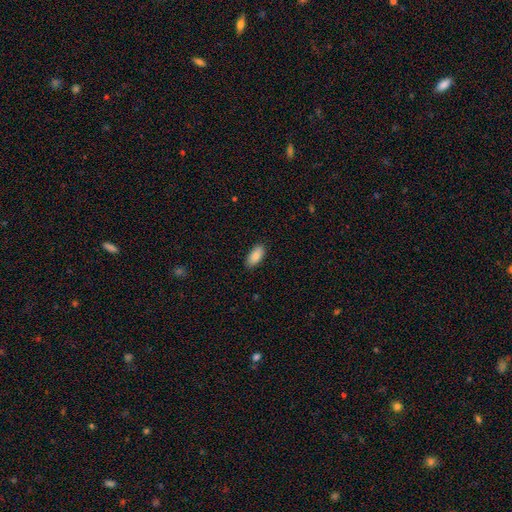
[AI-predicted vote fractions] Smooth or featured? Predicted: smooth (p=0.89). How rounded? Predicted: in between (p=0.91). Merging? Predicted: none (p=0.87).